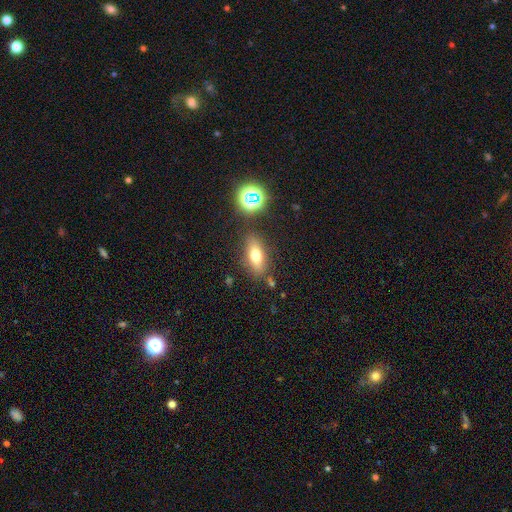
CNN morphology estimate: A smooth galaxy with no disk features (68%) that is in between round and cigar-shaped (72%). Merging: none (80%).